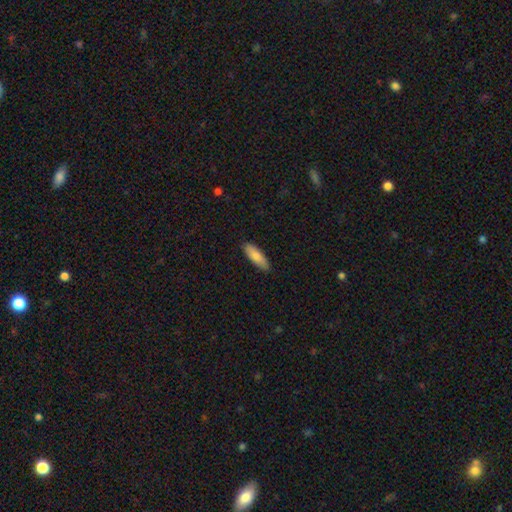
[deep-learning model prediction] This is clearly a smooth galaxy (83%). How rounded: likely in between (61%). Merging: clearly none (86%).